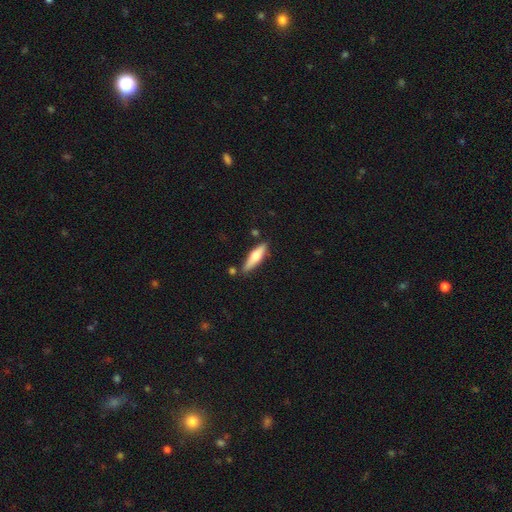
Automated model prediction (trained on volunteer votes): The model was most divided on "smooth or featured": smooth: 62%, featured or disk: 32%, star or artifact: 6%. More confident: merging — none (76%); how rounded — cigar-shaped (65%).